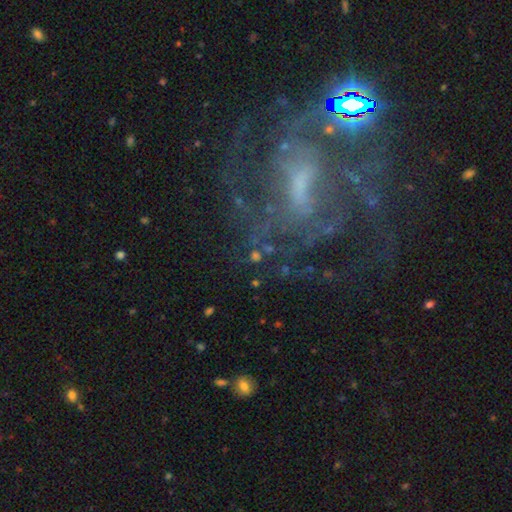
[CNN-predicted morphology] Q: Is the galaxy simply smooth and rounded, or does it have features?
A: featured or disk — 43%.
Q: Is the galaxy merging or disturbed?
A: none — 64%.